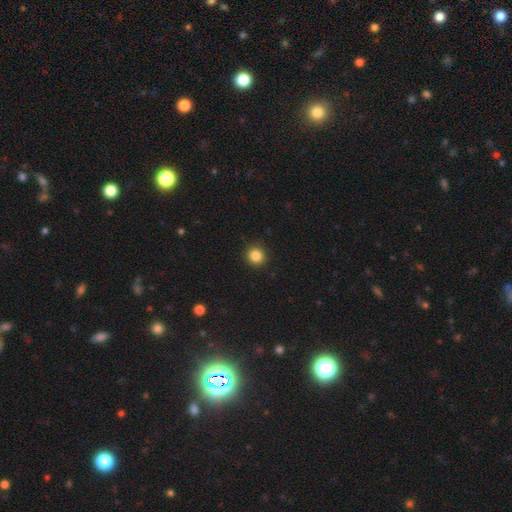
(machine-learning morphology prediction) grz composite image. It shows a smooth galaxy with no disk features (85%) that is round (93%). Merging: none (92%).